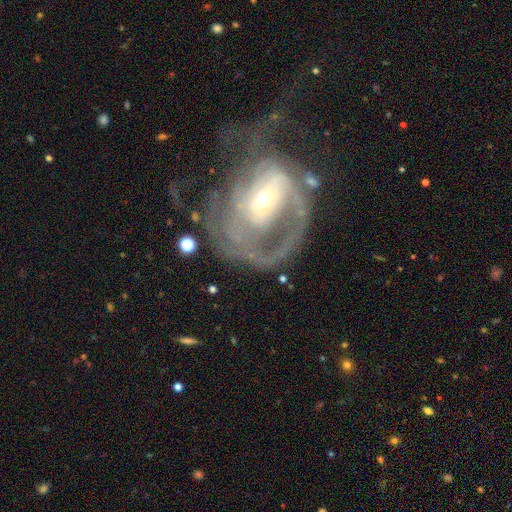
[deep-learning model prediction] This appears to be a featured or disk galaxy (79%) with no bar (47%), tight (51%) spiral arms (77%) and a small central bulge (59%). Merging: major disturbance (45%).